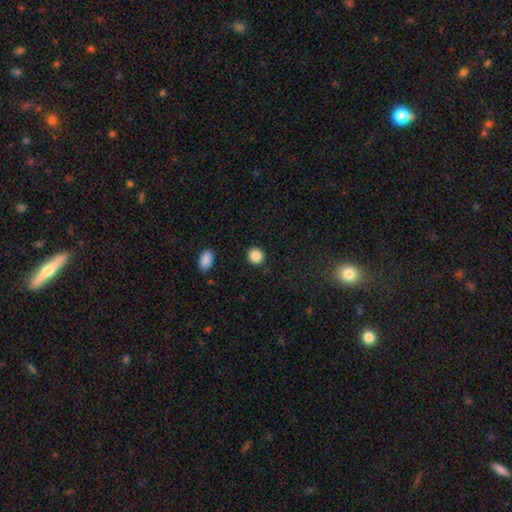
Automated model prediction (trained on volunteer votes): Overall: smooth (87%). How rounded: round (91%). Merging: none (90%).